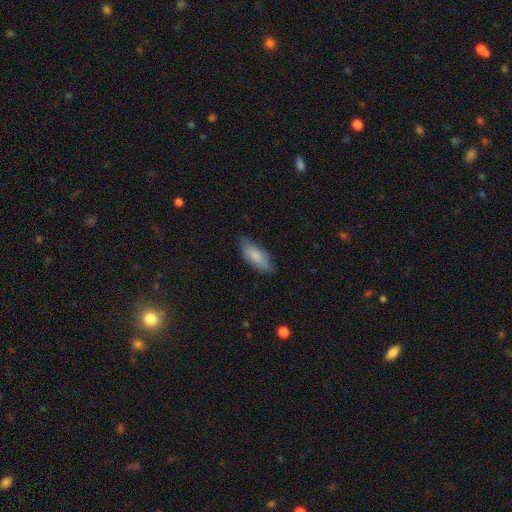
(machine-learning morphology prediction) A smooth galaxy with no disk features (82%) that is in between round and cigar-shaped (80%). Merging: none (72%).